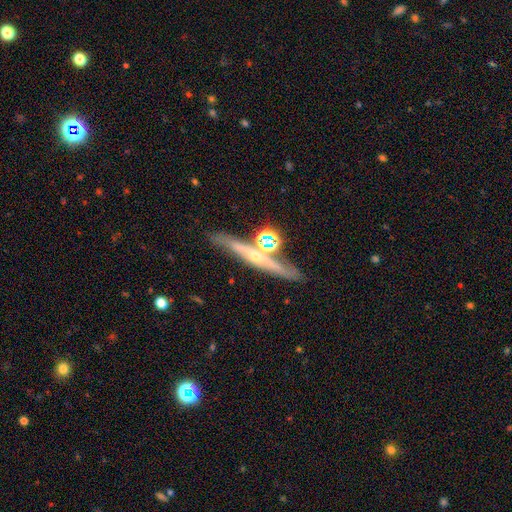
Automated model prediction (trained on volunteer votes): featured or disk 61%, smooth 22%, star or artifact 17%. Down the decision tree: edge-on disk — yes (85%); edge-on bulge — rounded (77%); merging — none (71%).